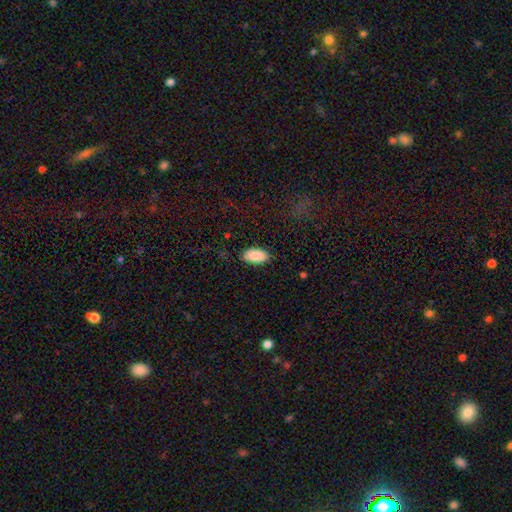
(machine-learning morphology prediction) Smooth or featured? smooth (89%)
How rounded? in between (94%)
Merging? none (84%)